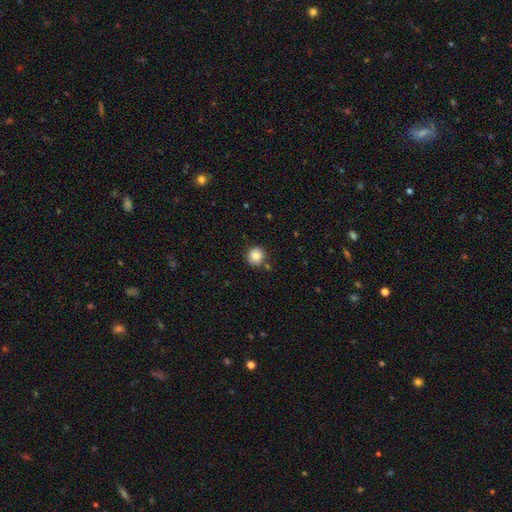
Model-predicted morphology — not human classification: type=smooth (84%); roundness=round (92%); merging=none (81%).